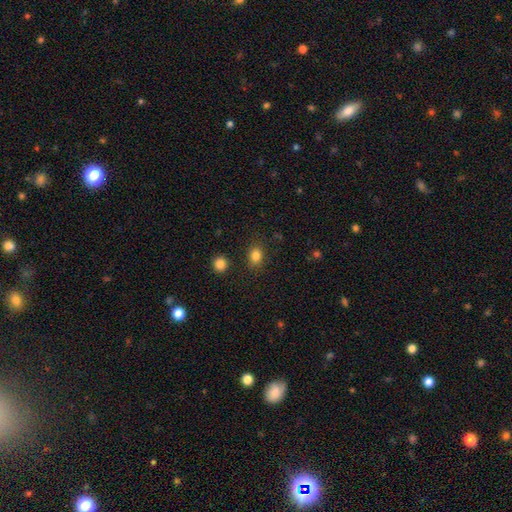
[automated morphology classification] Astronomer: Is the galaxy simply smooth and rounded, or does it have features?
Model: smooth — 83%.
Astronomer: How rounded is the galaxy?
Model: in between — 50% (runner-up: round, 49%).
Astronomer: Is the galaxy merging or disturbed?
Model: none — 85%.